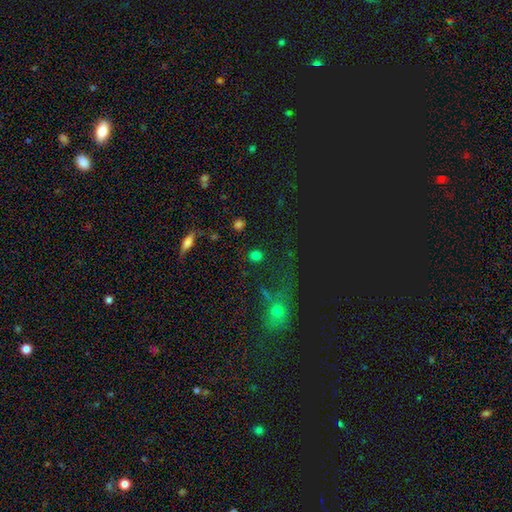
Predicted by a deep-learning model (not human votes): smooth 78%, star or artifact 16%, featured or disk 6%. Down the decision tree: how rounded — round (80%); merging — none (85%).